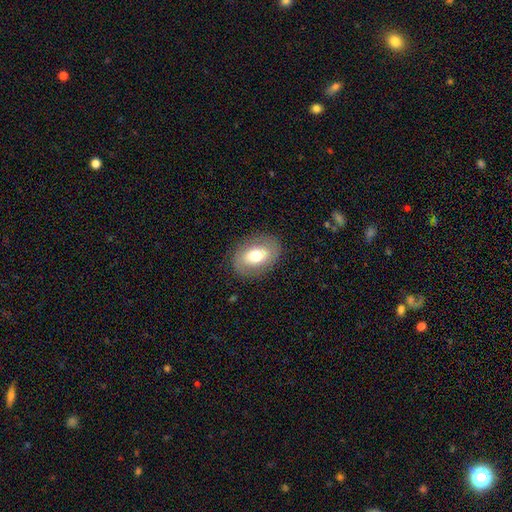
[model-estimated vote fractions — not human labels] Morphology: type=smooth (54%); roundness=in between (77%); merging=none (83%).